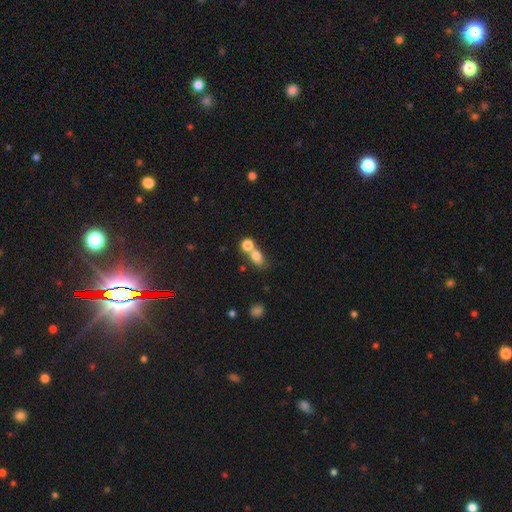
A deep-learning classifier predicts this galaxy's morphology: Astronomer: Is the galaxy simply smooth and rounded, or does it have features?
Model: smooth — 76%.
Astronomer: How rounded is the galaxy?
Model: in between — 57% (runner-up: round, 39%).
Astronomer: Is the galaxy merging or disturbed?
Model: merger — 60%.